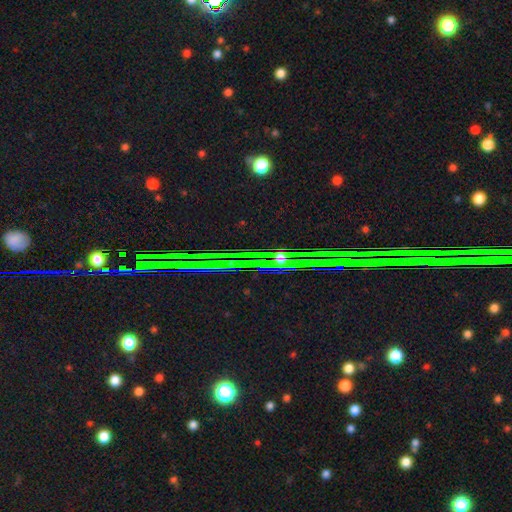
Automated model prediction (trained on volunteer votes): star or artifact 83%, featured or disk 9%, smooth 7%.